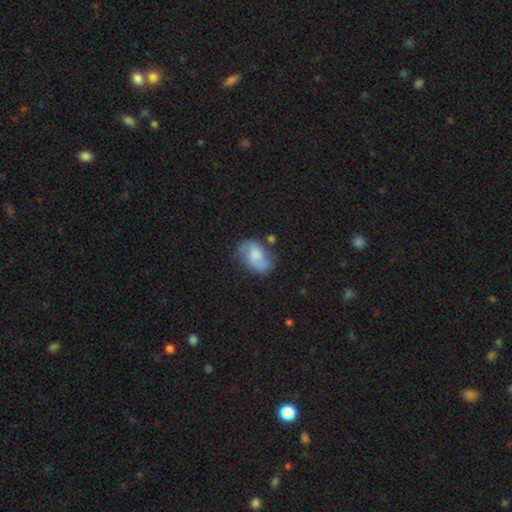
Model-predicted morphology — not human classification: This is possibly a featured or disk galaxy (58%). It is clearly not viewed edge-on (97%). Bar: possibly no (58%). Spiral arm pattern: clearly yes (89%). Central bulge: marginally moderate (30%). Merging: likely none (63%).